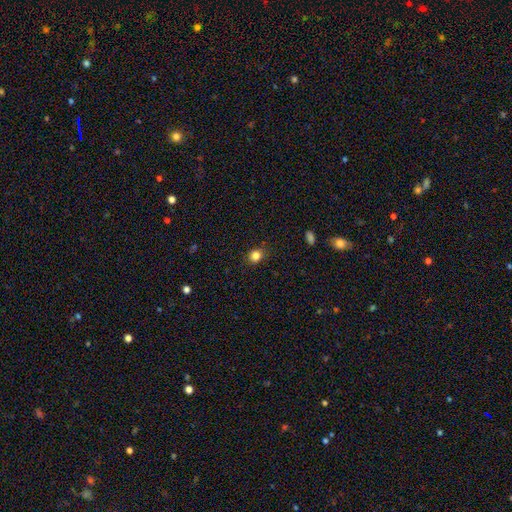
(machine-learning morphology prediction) The model was most divided on "how rounded": round: 73%, in between: 26%, cigar-shaped: 1%. More confident: merging — none (86%); smooth or featured — smooth (83%).